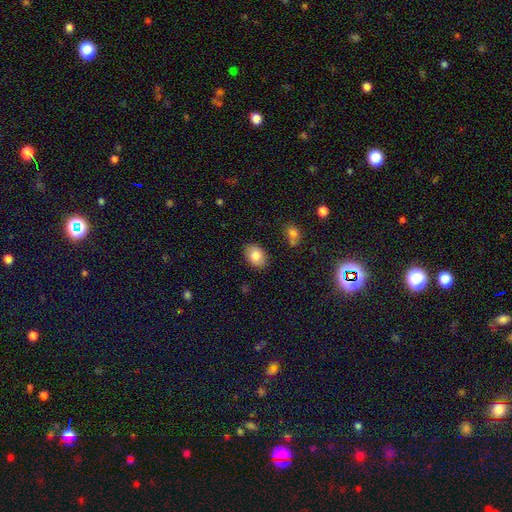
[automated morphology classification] This is clearly a smooth galaxy (82%). How rounded: clearly in between (80%). Merging: clearly none (86%).